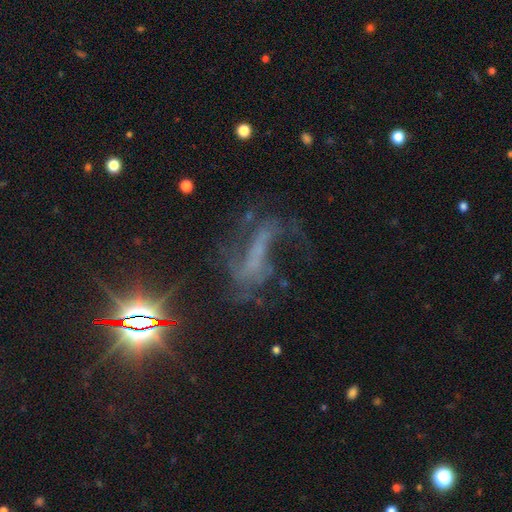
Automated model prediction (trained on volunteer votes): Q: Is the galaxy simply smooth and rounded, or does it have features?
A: featured or disk — 50%.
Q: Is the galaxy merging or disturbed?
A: major disturbance — 39%.